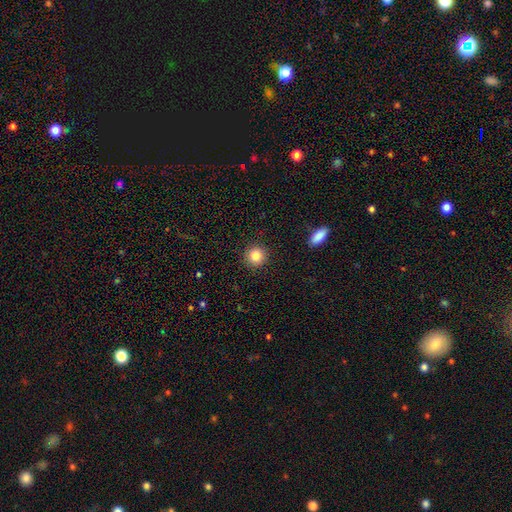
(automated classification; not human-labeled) Smooth or featured? Predicted: smooth (p=0.85). How rounded? Predicted: round (p=0.93). Merging? Predicted: none (p=0.91).